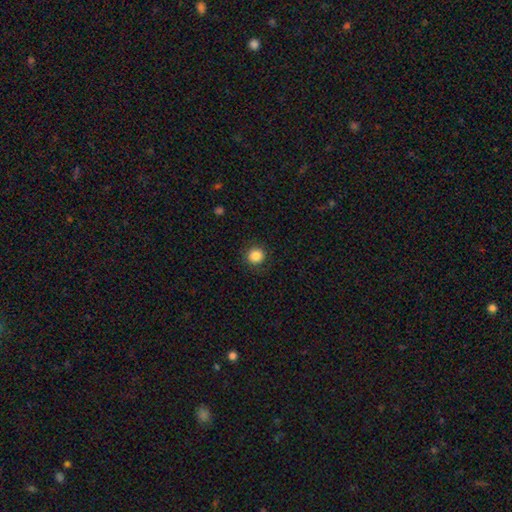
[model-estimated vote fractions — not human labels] Smooth or featured?
  - smooth: 85% *
  - star or artifact: 10%
  - featured or disk: 4%
How rounded?
  - round: 93% *
  - in between: 6%
  - cigar-shaped: 1%
Merging?
  - none: 90% *
  - minor disturbance: 6%
  - major disturbance: 2%
  - merger: 1%